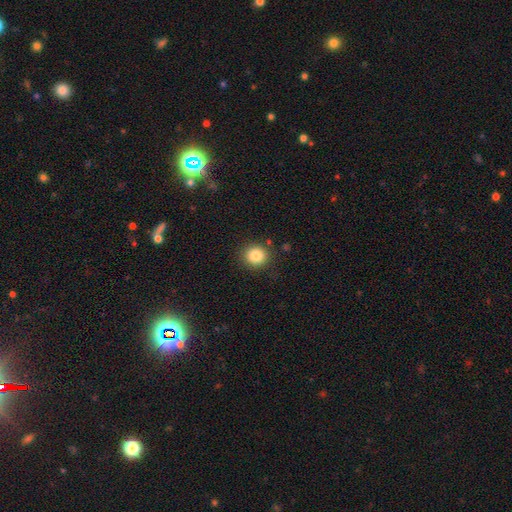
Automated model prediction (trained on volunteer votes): smooth-or-featured: smooth: 85% | star or artifact: 10% | featured or disk: 5%
  how-rounded: round: 85% | in between: 14% | cigar-shaped: 1%
  merging: none: 87% | minor disturbance: 8% | major disturbance: 3% | merger: 2%